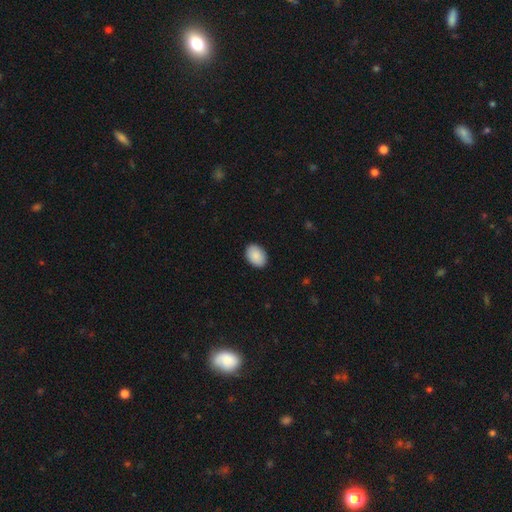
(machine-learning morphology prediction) Smooth or featured?
  - smooth: 90% *
  - star or artifact: 6%
  - featured or disk: 3%
How rounded?
  - in between: 84% *
  - round: 15%
  - cigar-shaped: 1%
Merging?
  - none: 90% *
  - minor disturbance: 8%
  - major disturbance: 2%
  - merger: 1%